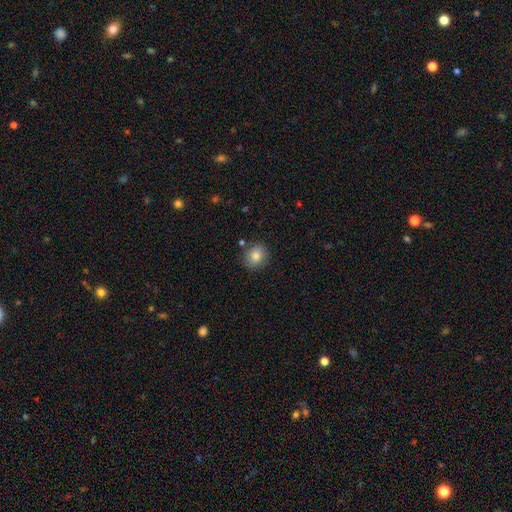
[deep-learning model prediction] A smooth galaxy with no disk features (83%) that is round (84%). Merging: none (86%).